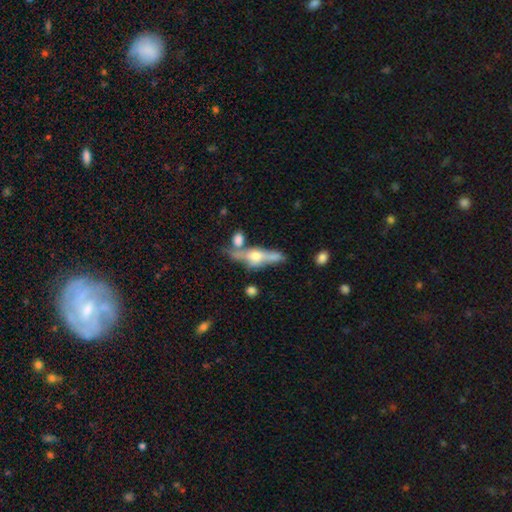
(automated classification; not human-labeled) Overall: featured or disk (59%; smooth 33%). Edge-on disk: yes (81%). Merging: none (46%; merger 27%).